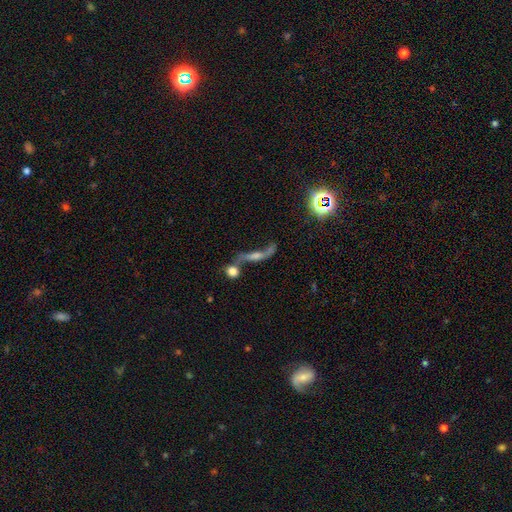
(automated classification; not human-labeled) Q: Smooth or featured?
A: featured or disk (66%); runner-up: star or artifact (20%)
Q: Edge-on disk?
A: no (67%); runner-up: yes (33%)
Q: Merging?
A: none (43%); runner-up: merger (29%)